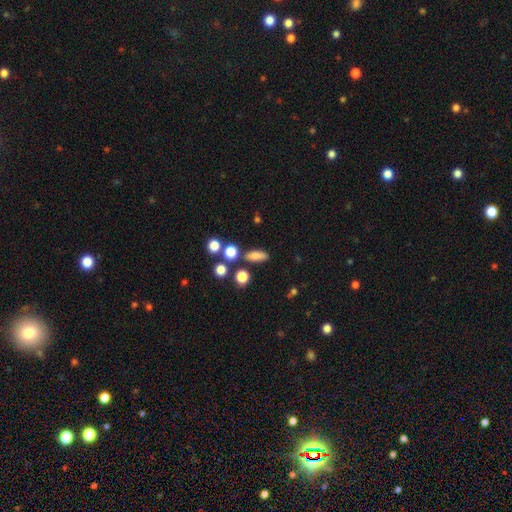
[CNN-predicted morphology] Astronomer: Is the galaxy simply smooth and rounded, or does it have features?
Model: smooth — 80%.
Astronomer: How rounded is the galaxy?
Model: in between — 62%.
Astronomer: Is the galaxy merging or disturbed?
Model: none — 78%.